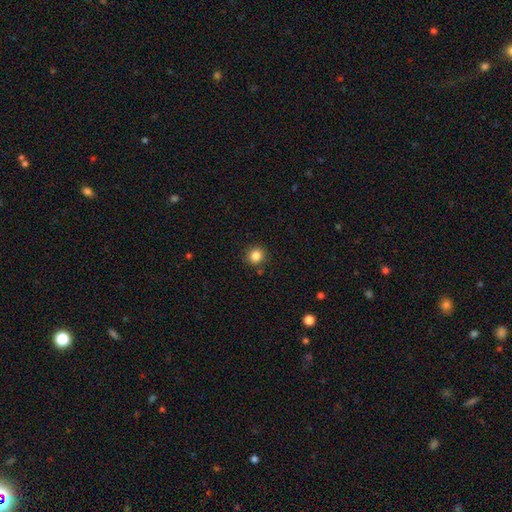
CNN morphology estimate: Overall: smooth (84%). How rounded: round (91%). Merging: none (87%).